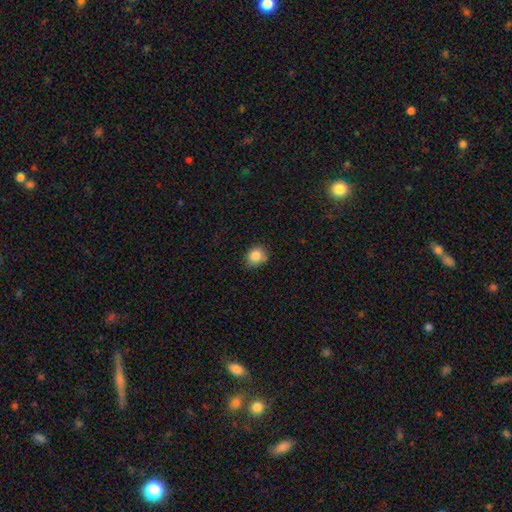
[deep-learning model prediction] The model was most divided on "how rounded": round: 69%, in between: 30%, cigar-shaped: 1%. More confident: smooth or featured — smooth (84%); merging — none (75%).